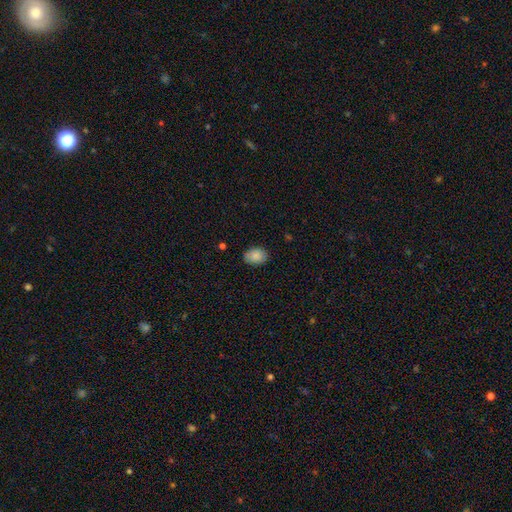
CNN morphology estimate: smooth 87%, star or artifact 8%, featured or disk 6%. Down the decision tree: how rounded — in between (72%); merging — none (83%).